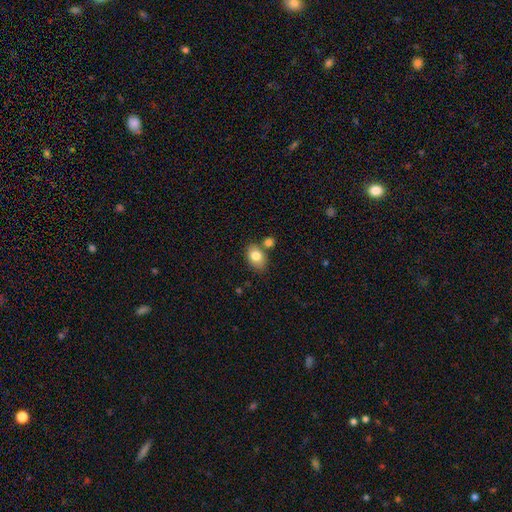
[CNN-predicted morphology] Smooth or featured? Predicted: smooth (p=0.80). How rounded? Predicted: in between (p=0.79). Merging? Predicted: none (p=0.68).